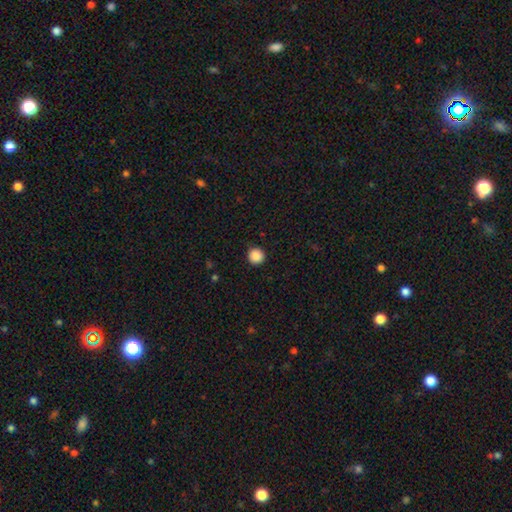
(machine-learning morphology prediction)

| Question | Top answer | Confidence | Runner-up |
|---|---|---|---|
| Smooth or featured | smooth | 88% | star or artifact (9%) |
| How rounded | round | 94% | in between (5%) |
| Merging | none | 91% | minor disturbance (6%) |